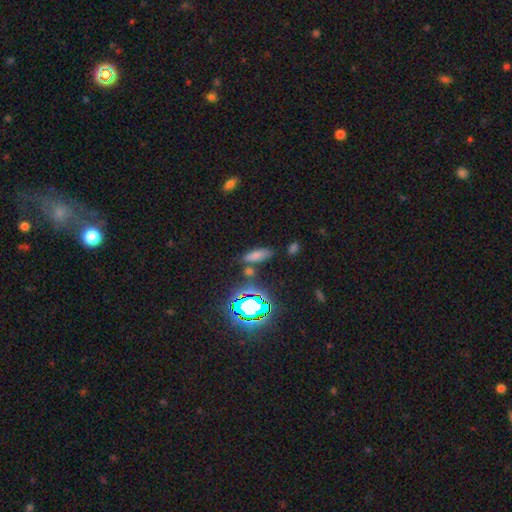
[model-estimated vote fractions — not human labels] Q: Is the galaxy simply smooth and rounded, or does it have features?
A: smooth — 68%.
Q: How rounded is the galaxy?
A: in between — 57%.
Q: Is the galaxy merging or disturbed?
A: none — 75%.